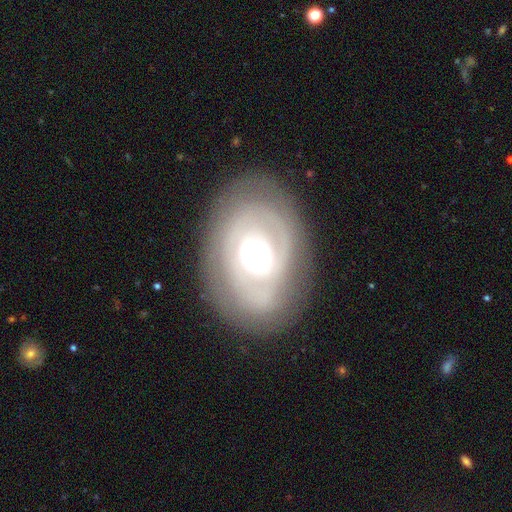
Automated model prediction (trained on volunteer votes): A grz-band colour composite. It shows a featured or disk galaxy (69%) with no bar (69%), spiral arms (58%) and a moderate central bulge (58%). Merging: none (74%).